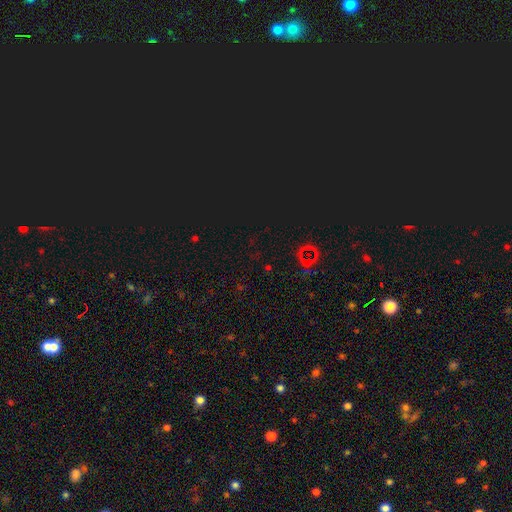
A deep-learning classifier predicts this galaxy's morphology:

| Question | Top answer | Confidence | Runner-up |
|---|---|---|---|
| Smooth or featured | star or artifact | 76% | smooth (16%) |